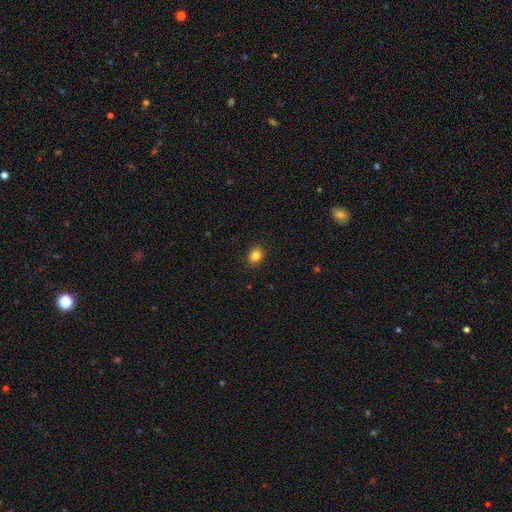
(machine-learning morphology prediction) smooth-or-featured: smooth: 85% | star or artifact: 10% | featured or disk: 5%
  how-rounded: round: 50% | in between: 49% | cigar-shaped: 1%
  merging: none: 90% | minor disturbance: 7% | major disturbance: 2% | merger: 1%